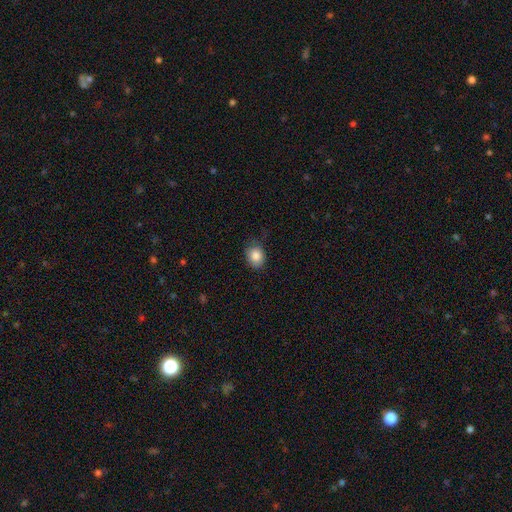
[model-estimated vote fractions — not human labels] Overall: smooth (86%). How rounded: round (50%; in between 49%). Merging: none (72%).